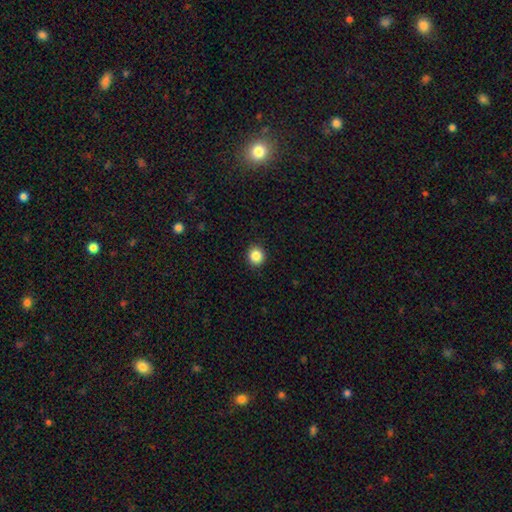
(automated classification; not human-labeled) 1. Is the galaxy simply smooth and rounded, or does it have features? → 86% smooth, 10% star or artifact, 4% featured or disk.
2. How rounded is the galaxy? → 88% round, 11% in between, 1% cigar-shaped.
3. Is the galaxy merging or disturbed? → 92% none, 5% minor disturbance, 2% major disturbance, 1% merger.